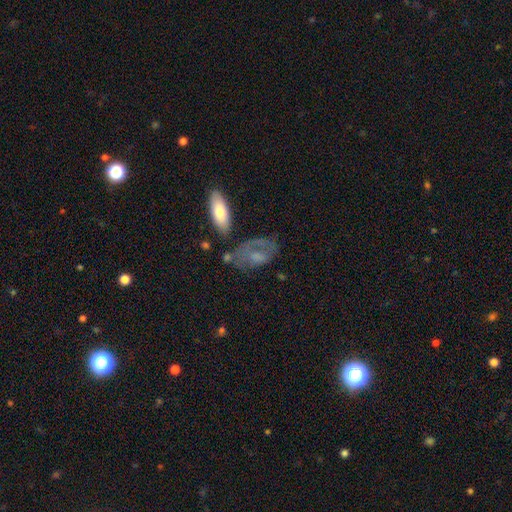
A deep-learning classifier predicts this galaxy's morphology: type=smooth (50%); roundness=in between (86%); merging=none (39%).